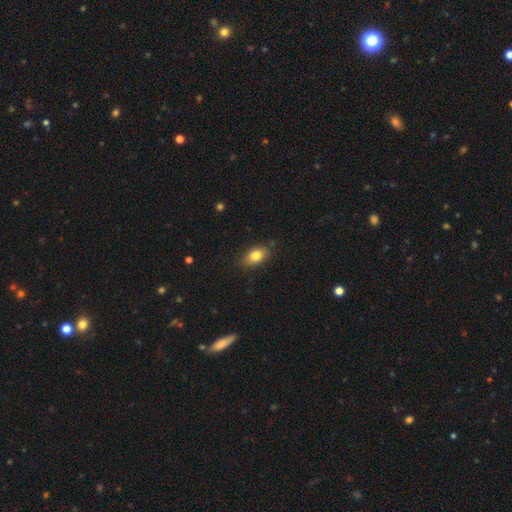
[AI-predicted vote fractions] Smooth or featured: smooth — 81% (featured or disk — 10%)
How rounded: in between — 86% (round — 11%)
Merging: none — 81% (minor disturbance — 15%)